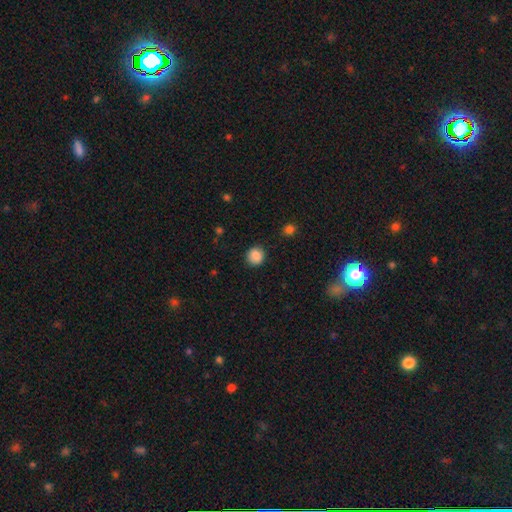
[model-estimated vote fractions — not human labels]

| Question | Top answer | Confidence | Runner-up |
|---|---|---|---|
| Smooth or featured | smooth | 87% | star or artifact (9%) |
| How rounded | round | 87% | in between (12%) |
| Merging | none | 87% | minor disturbance (9%) |